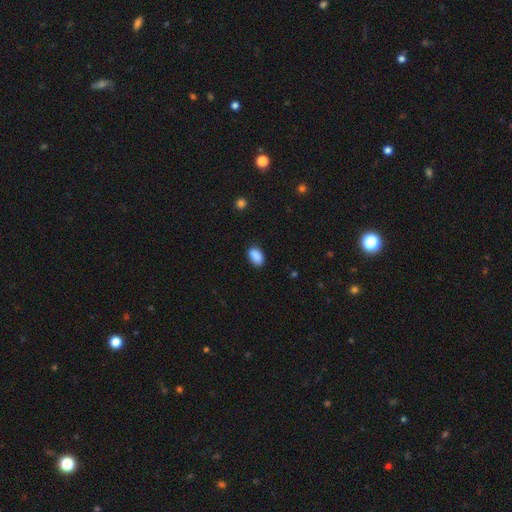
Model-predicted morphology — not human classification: This appears to be a smooth galaxy with no disk features (89%) that is in between round and cigar-shaped (91%). Merging: none (83%).